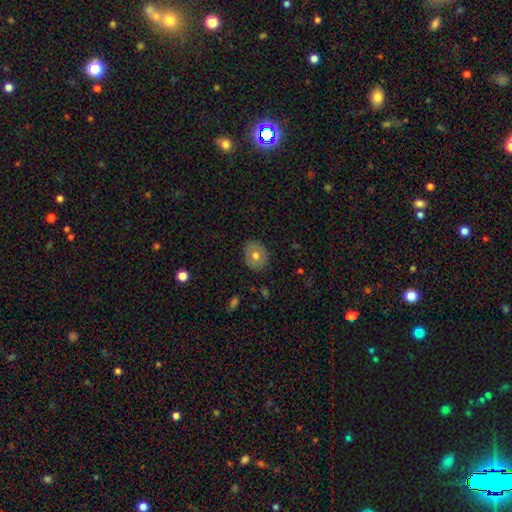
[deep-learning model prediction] smooth 61%, featured or disk 31%, star or artifact 8%. Down the decision tree: how rounded — round (52%); merging — none (85%).